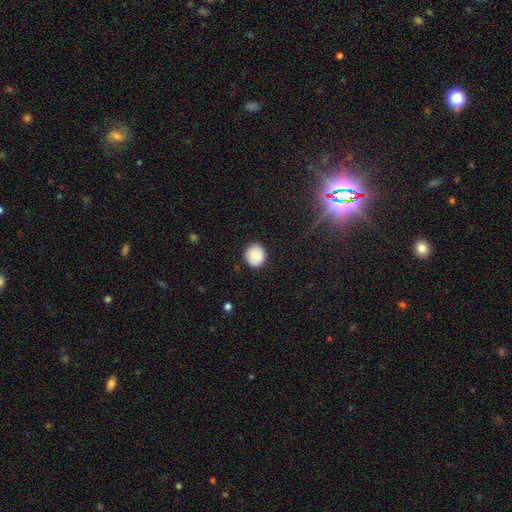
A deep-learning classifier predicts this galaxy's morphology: Smooth or featured?
  - smooth: 87% *
  - star or artifact: 8%
  - featured or disk: 5%
How rounded?
  - round: 83% *
  - in between: 16%
  - cigar-shaped: 1%
Merging?
  - none: 87% *
  - minor disturbance: 10%
  - major disturbance: 2%
  - merger: 1%